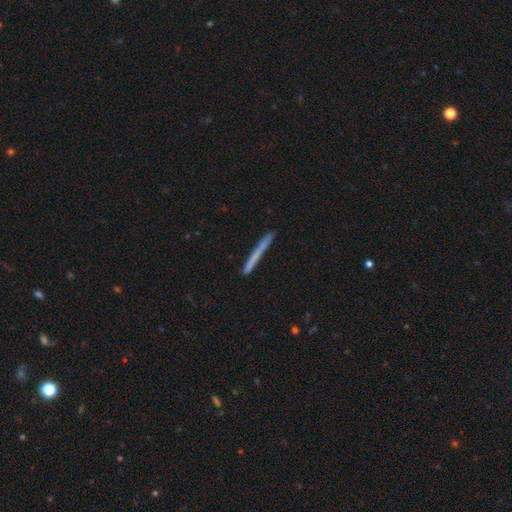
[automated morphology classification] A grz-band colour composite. It shows a smooth galaxy with no disk features (59%) that is cigar-shaped (97%). Merging: none (88%).